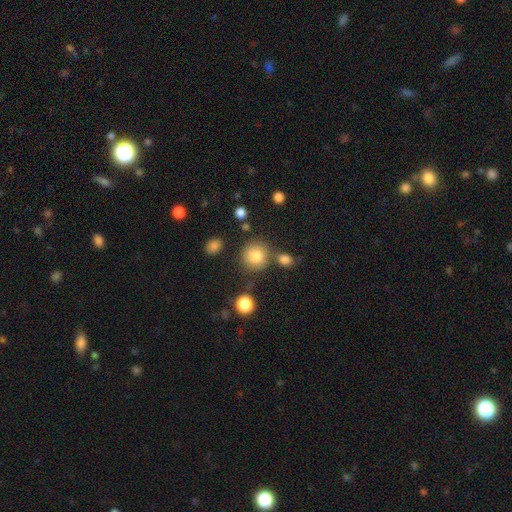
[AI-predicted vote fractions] Smooth or featured? Predicted: smooth (p=0.83). How rounded? Predicted: round (p=0.90). Merging? Predicted: none (p=0.74).